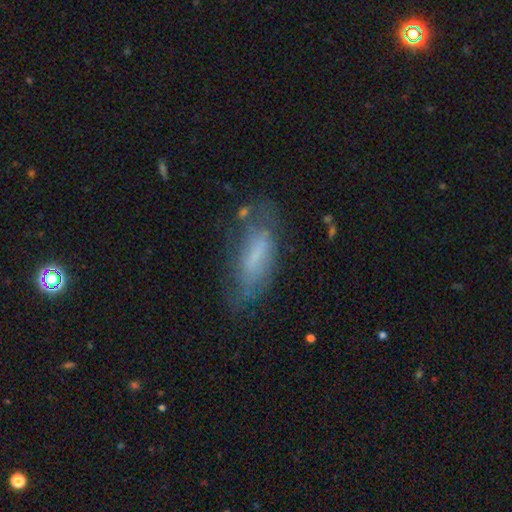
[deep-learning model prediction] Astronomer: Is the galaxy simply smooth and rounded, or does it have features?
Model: smooth — 52% (runner-up: featured or disk, 38%).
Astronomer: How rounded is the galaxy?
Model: in between — 61% (runner-up: cigar-shaped, 37%).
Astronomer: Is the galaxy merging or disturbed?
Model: none — 55%.